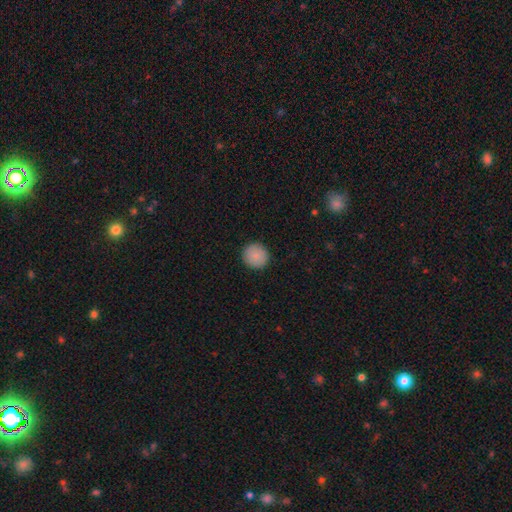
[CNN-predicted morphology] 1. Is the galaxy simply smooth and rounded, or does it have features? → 88% smooth, 8% star or artifact, 4% featured or disk.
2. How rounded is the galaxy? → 95% round, 4% in between, 1% cigar-shaped.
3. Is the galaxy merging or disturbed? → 92% none, 5% minor disturbance, 2% major disturbance, 1% merger.